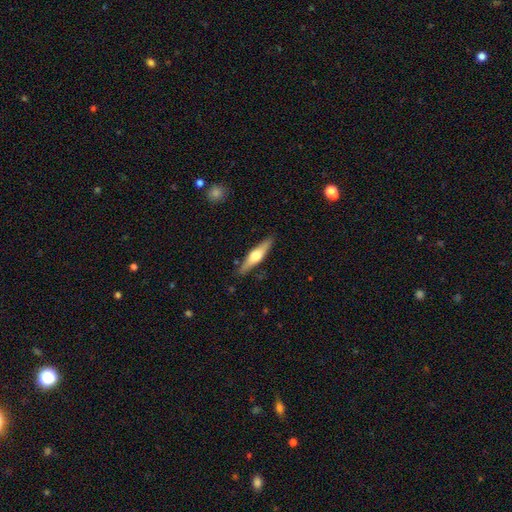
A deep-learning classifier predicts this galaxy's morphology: The model was most divided on "smooth or featured": featured or disk: 57%, smooth: 38%, star or artifact: 5%. More confident: edge-on disk — yes (95%); edge-on bulge — rounded (93%); merging — none (88%).